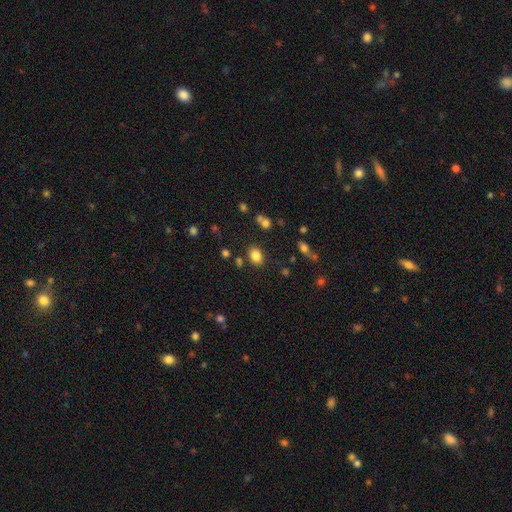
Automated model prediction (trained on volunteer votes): Q: Smooth or featured?
A: smooth (83%); runner-up: star or artifact (11%)
Q: How rounded?
A: in between (67%); runner-up: round (32%)
Q: Merging?
A: none (82%); runner-up: minor disturbance (10%)